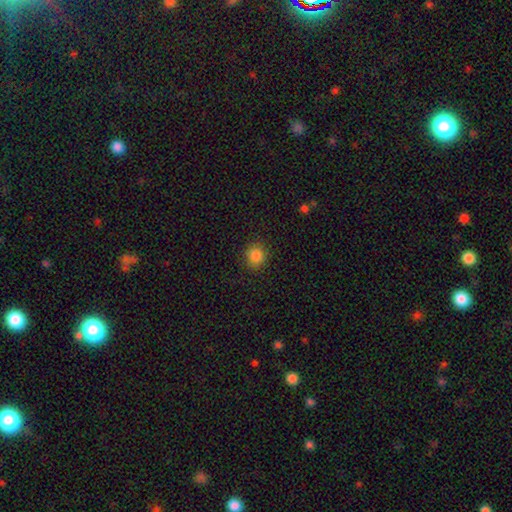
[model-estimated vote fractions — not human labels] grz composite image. It shows a smooth galaxy with no disk features (85%) that is round (87%). Merging: none (90%).